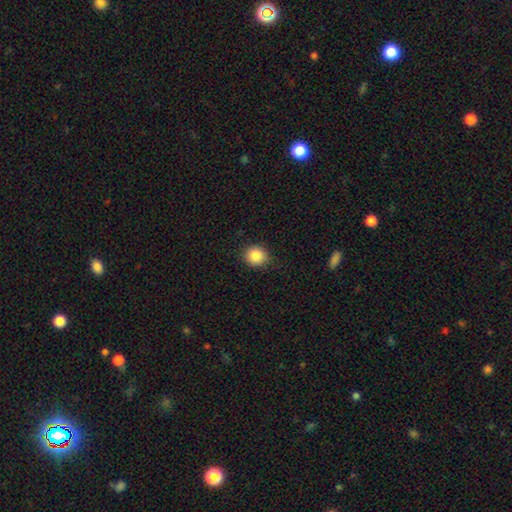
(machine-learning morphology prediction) A smooth galaxy with no disk features (87%) that is round (87%). Merging: none (87%).